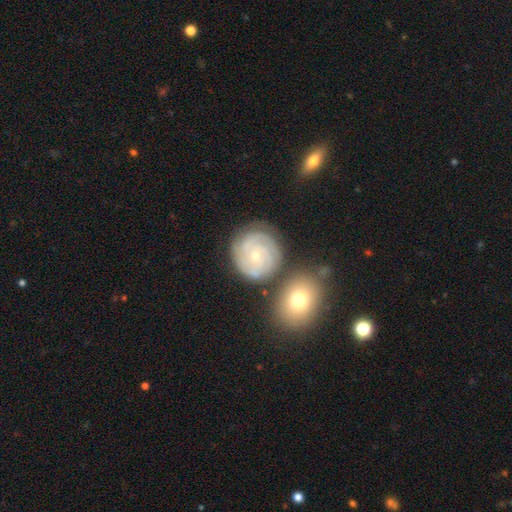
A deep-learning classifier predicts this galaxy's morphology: Smooth or featured: featured or disk — 78% (smooth — 16%)
Edge-on disk: no — 97% (yes — 3%)
Bar: no — 77% (weak — 19%)
Spiral arms: yes — 95% (no — 5%)
Spiral winding: tight — 79% (medium — 17%)
Spiral arm count: 3 — 31% (can't tell — 24%)
Bulge size: small — 65% (moderate — 32%)
Merging: none — 72% (minor disturbance — 15%)